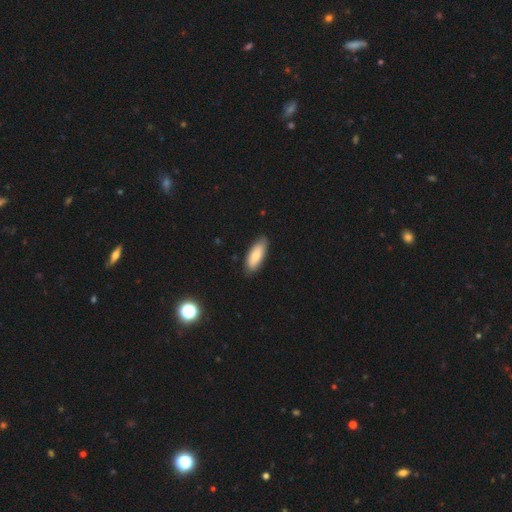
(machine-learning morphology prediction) Smooth or featured? smooth (81%)
How rounded? in between (71%)
Merging? none (84%)